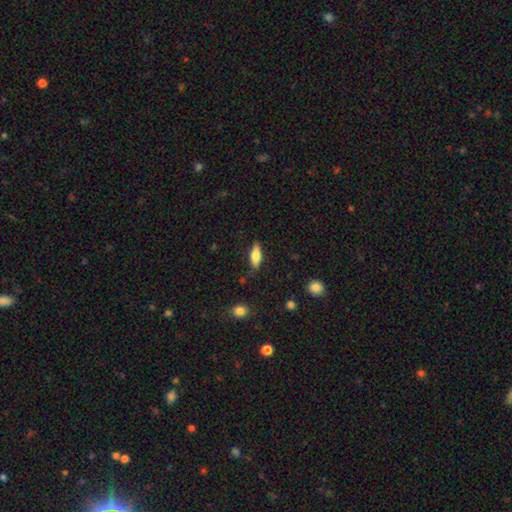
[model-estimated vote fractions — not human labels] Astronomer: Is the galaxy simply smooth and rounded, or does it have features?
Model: smooth — 67%.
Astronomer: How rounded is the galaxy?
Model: in between — 60% (runner-up: cigar-shaped, 37%).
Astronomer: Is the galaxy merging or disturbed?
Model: none — 80%.